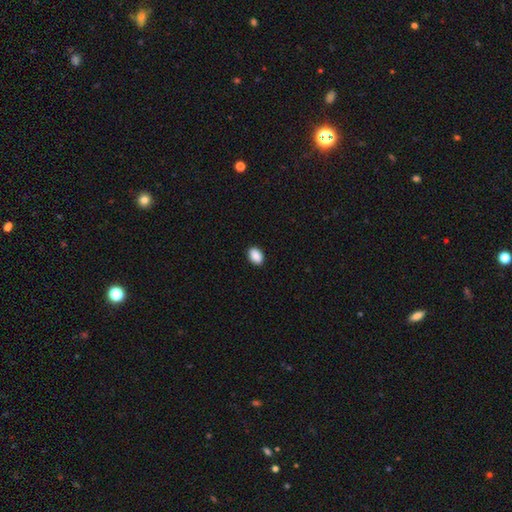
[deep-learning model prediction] This appears to be a smooth galaxy with no disk features (90%) that is in between round and cigar-shaped (82%). Merging: none (90%).